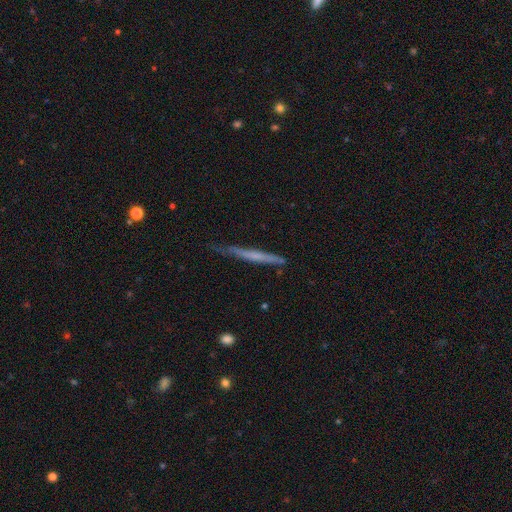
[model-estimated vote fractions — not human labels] Q: Smooth or featured?
A: featured or disk (48%); runner-up: smooth (45%)
Q: Merging?
A: none (69%); runner-up: minor disturbance (24%)